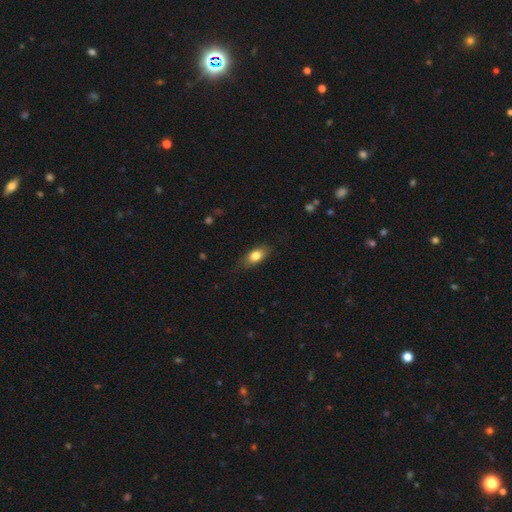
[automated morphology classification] Smooth or featured? Predicted: smooth (p=0.78). How rounded? Predicted: in between (p=0.80). Merging? Predicted: none (p=0.79).